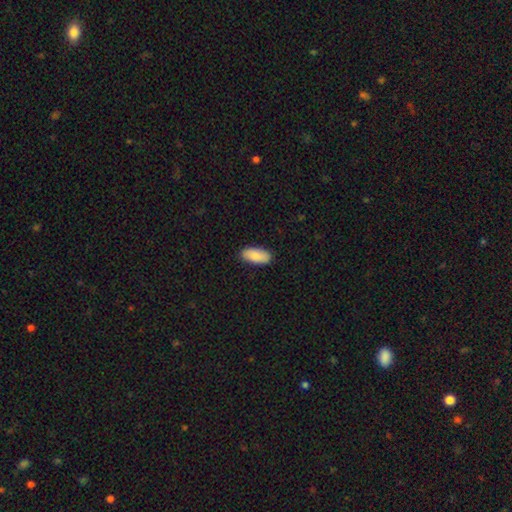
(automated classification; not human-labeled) Smooth or featured? smooth (86%)
How rounded? in between (90%)
Merging? none (87%)